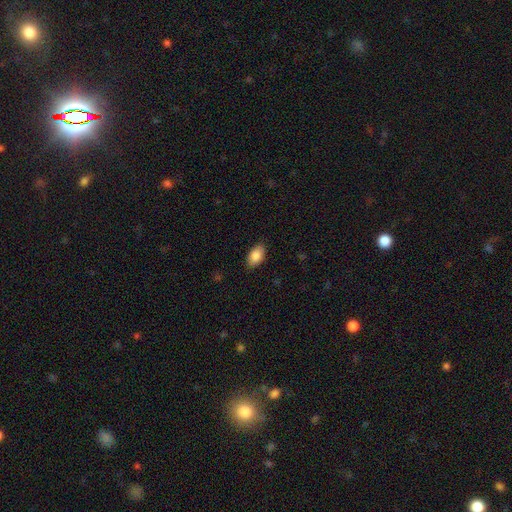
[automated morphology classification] Smooth or featured? Predicted: smooth (p=0.86). How rounded? Predicted: in between (p=0.93). Merging? Predicted: none (p=0.87).